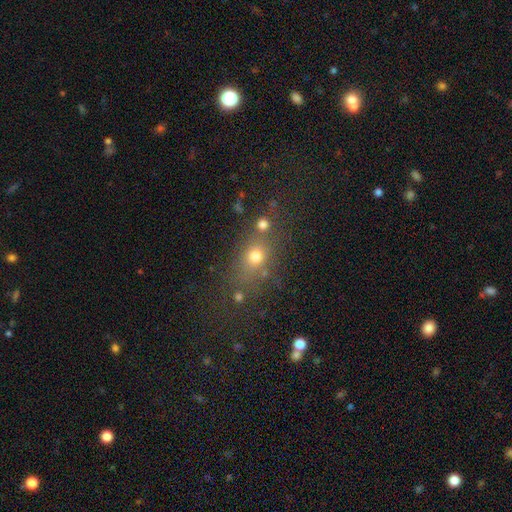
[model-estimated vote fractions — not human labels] The model was most divided on "how rounded": round: 51%, in between: 44%, cigar-shaped: 5%. More confident: smooth or featured — smooth (68%); merging — none (63%).